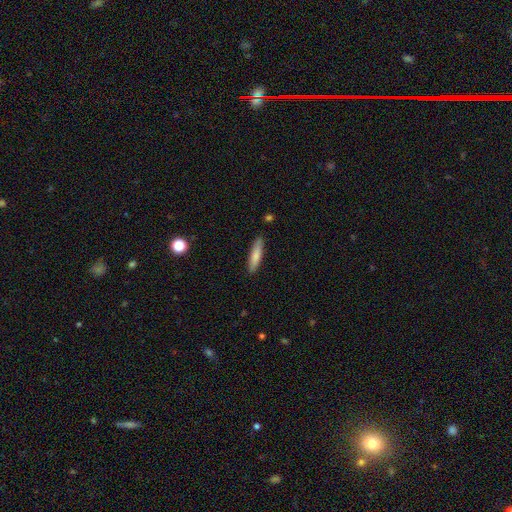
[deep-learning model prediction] This is likely a smooth galaxy (77%). How rounded: clearly cigar-shaped (81%). Merging: clearly none (88%).